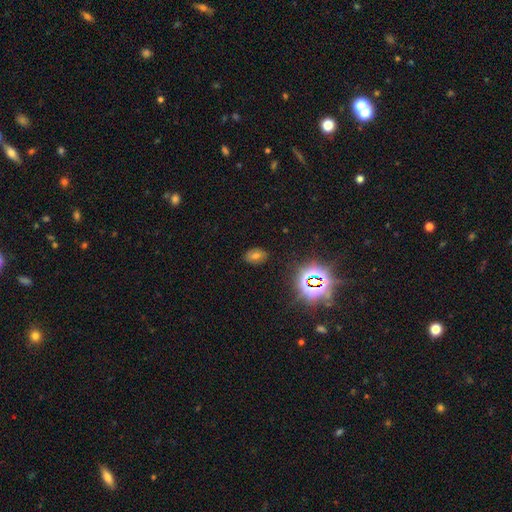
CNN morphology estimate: Smooth or featured: smooth — 50% (star or artifact — 36%)
How rounded: in between — 76% (round — 23%)
Merging: none — 85% (minor disturbance — 10%)